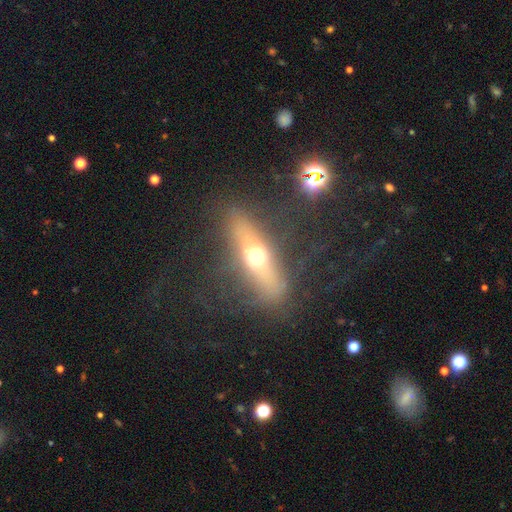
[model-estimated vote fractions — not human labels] Q: Smooth or featured?
A: featured or disk (47%); runner-up: smooth (37%)
Q: Merging?
A: none (67%); runner-up: major disturbance (16%)